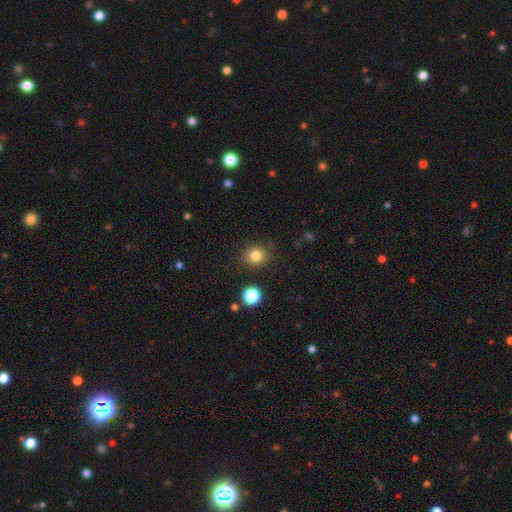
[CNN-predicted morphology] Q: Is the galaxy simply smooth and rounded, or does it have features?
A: smooth — 82%.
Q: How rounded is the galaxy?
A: round — 84%.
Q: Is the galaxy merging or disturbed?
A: none — 86%.